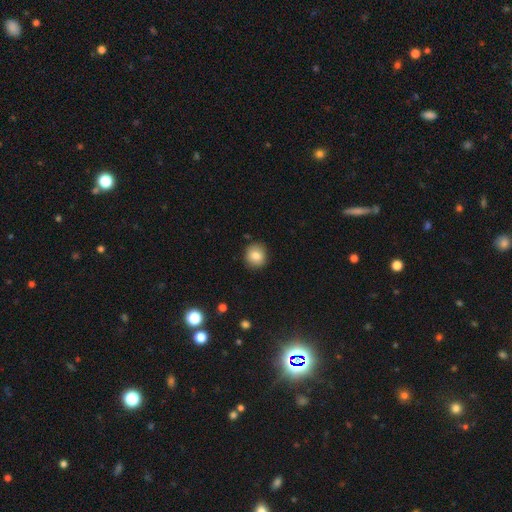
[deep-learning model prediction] smooth 81%, star or artifact 10%, featured or disk 9%. Down the decision tree: how rounded — round (87%); merging — none (88%).